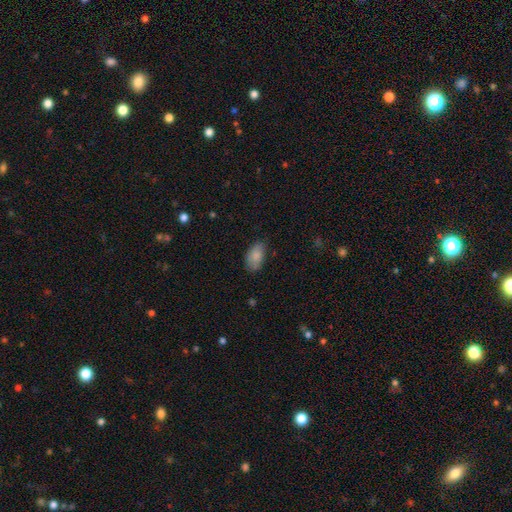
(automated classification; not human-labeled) Smooth or featured?
  - smooth: 85% *
  - featured or disk: 9%
  - star or artifact: 7%
How rounded?
  - in between: 94% *
  - round: 4%
  - cigar-shaped: 3%
Merging?
  - none: 73% *
  - minor disturbance: 22%
  - major disturbance: 4%
  - merger: 1%